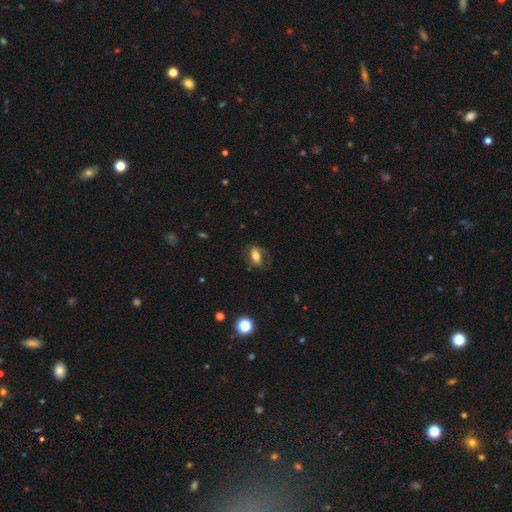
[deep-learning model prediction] The model was most divided on "smooth or featured": smooth: 64%, featured or disk: 26%, star or artifact: 10%. More confident: how rounded — in between (82%); merging — none (67%).